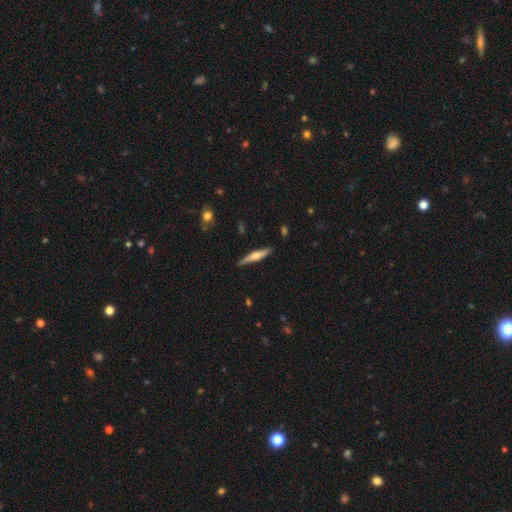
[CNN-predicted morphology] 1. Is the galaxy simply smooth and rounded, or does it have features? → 56% featured or disk, 39% smooth, 6% star or artifact.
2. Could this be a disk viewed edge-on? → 96% yes, 4% no.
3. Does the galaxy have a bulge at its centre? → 84% rounded, 9% boxy, 8% none.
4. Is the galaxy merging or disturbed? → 88% none, 9% minor disturbance, 2% major disturbance, 1% merger.